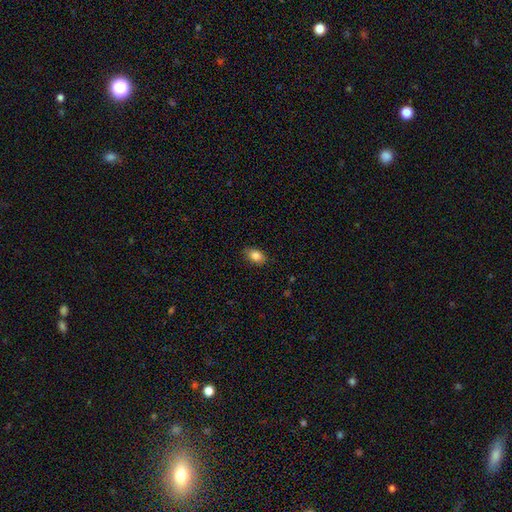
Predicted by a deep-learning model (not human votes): Smooth or featured: smooth — 85% (star or artifact — 8%)
How rounded: in between — 82% (round — 17%)
Merging: none — 86% (minor disturbance — 11%)